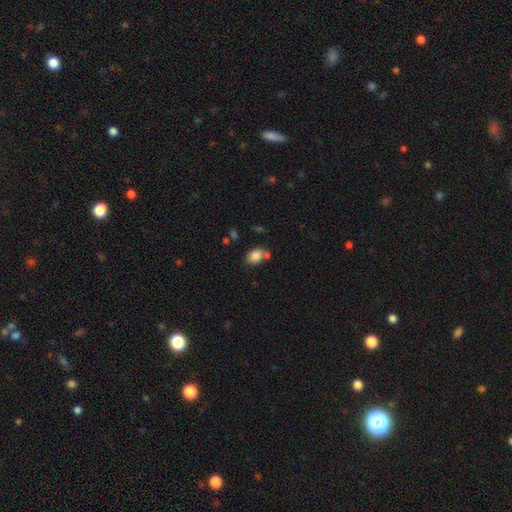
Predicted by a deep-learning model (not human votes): The model was most divided on "merging": none: 58%, merger: 20%, minor disturbance: 17%, major disturbance: 5%. More confident: smooth or featured — smooth (84%); how rounded — in between (70%).